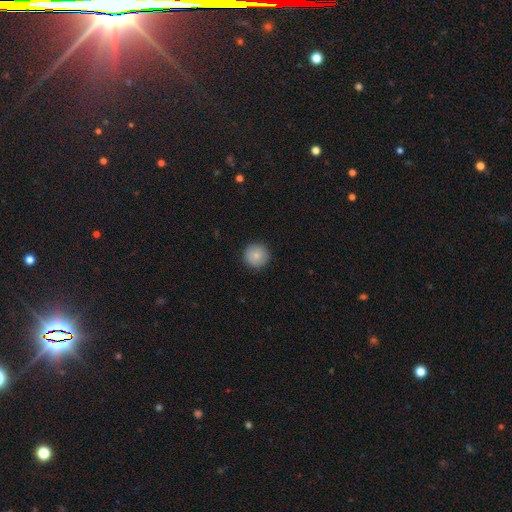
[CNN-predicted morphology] A smooth galaxy with no disk features (83%) that is round (96%). Merging: none (91%).